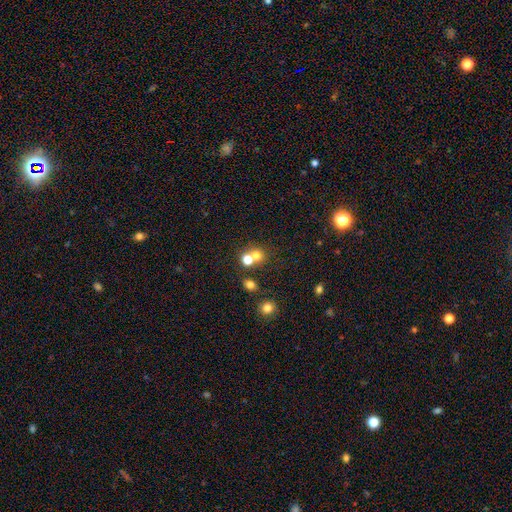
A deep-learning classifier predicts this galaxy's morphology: smooth_or_featured: smooth (p=0.69) [alt: star or artifact p=0.20]
how_rounded: round (p=0.80) [alt: in between p=0.19]
merging: none (p=0.50) [alt: merger p=0.39]